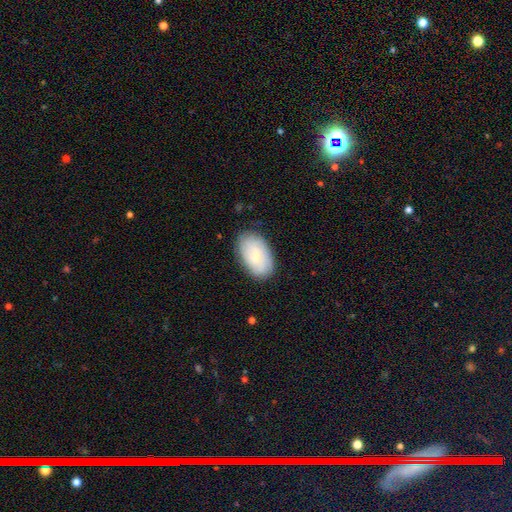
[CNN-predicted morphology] Smooth or featured? smooth (57%)
How rounded? in between (93%)
Merging? none (81%)